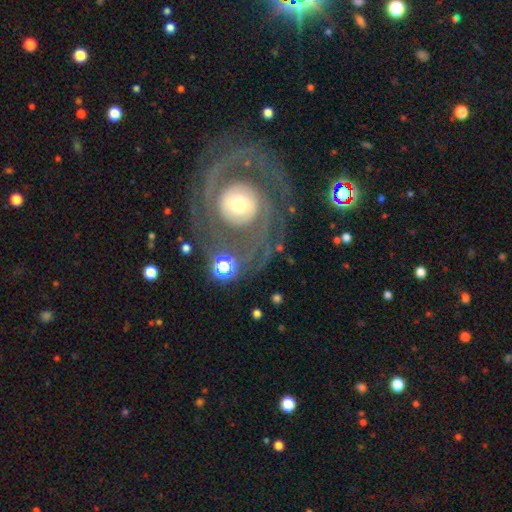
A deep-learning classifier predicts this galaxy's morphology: Smooth or featured? featured or disk (84%)
Edge-on disk? no (97%)
Bar? no (74%)
Spiral arms? yes (89%)
Spiral winding? tight (60%)
Spiral arm count? 2 (59%)
Bulge size? moderate (44%)
Merging? none (75%)